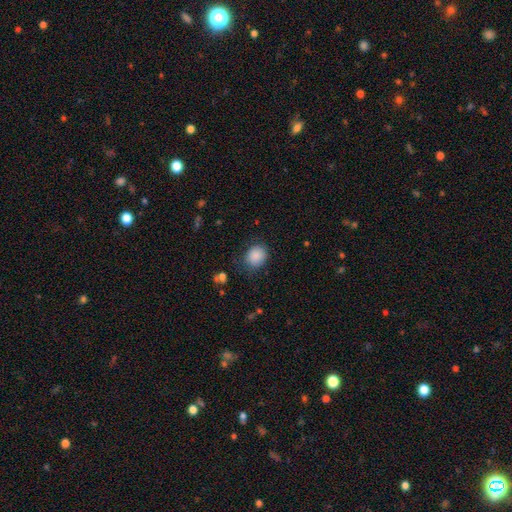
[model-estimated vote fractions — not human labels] A smooth galaxy with no disk features (87%) that is round (66%). Merging: none (76%).